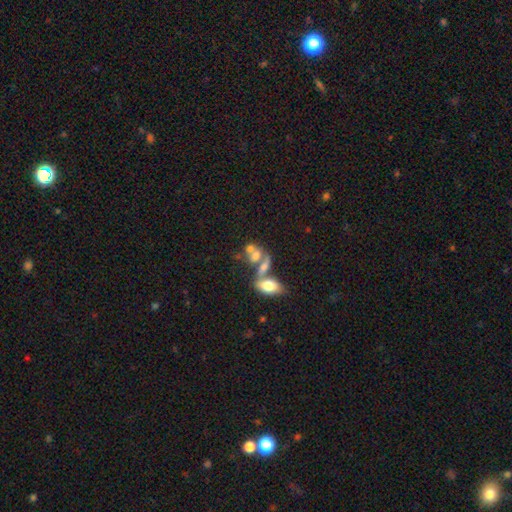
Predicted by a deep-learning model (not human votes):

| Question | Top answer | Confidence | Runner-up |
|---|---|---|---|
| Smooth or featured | smooth | 58% | featured or disk (30%) |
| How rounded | in between | 78% | round (15%) |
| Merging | merger | 62% | none (20%) |